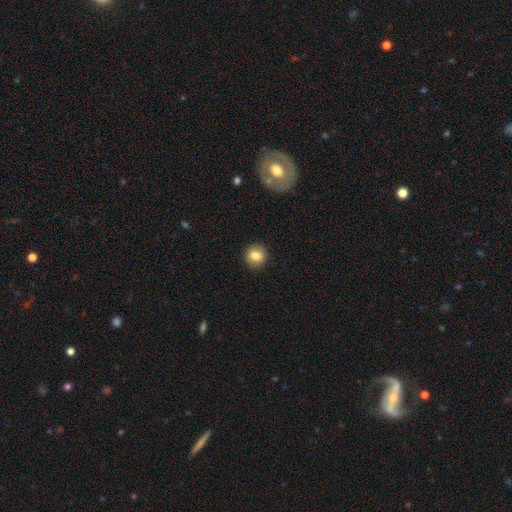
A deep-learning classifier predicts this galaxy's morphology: smooth_or_featured: smooth (p=0.83) [alt: star or artifact p=0.09]
how_rounded: round (p=0.90) [alt: in between p=0.09]
merging: none (p=0.91) [alt: minor disturbance p=0.06]